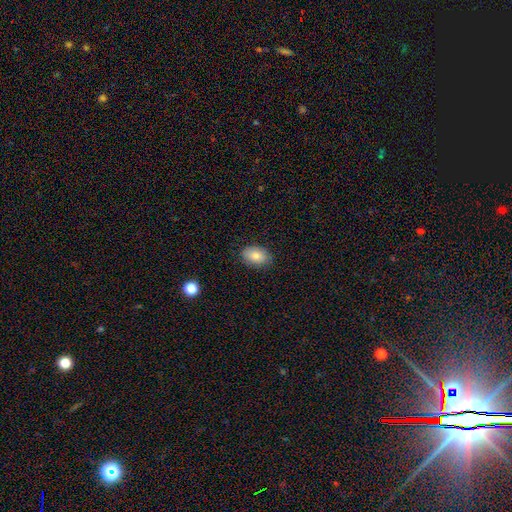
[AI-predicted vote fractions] smooth 81%, featured or disk 11%, star or artifact 8%. Down the decision tree: how rounded — in between (87%); merging — none (86%).